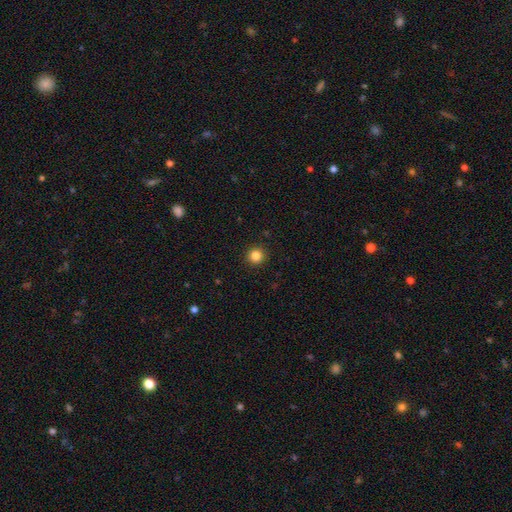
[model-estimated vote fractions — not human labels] A smooth galaxy with no disk features (84%) that is round (95%). Merging: none (93%).